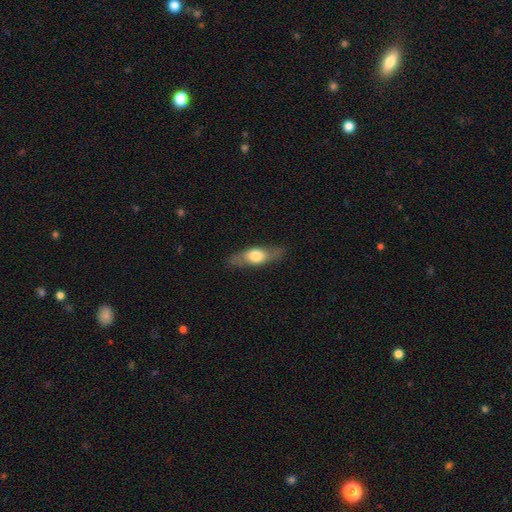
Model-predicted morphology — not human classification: The model was most divided on "smooth or featured": smooth: 55%, featured or disk: 39%, star or artifact: 6%. More confident: merging — none (80%); how rounded — in between (58%).